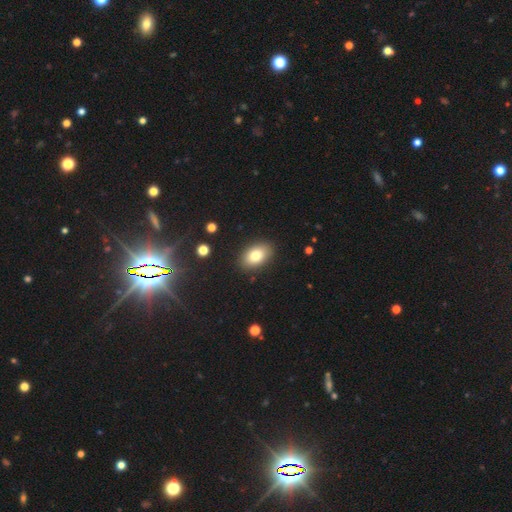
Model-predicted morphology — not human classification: type=smooth (80%); roundness=in between (89%); merging=none (88%).